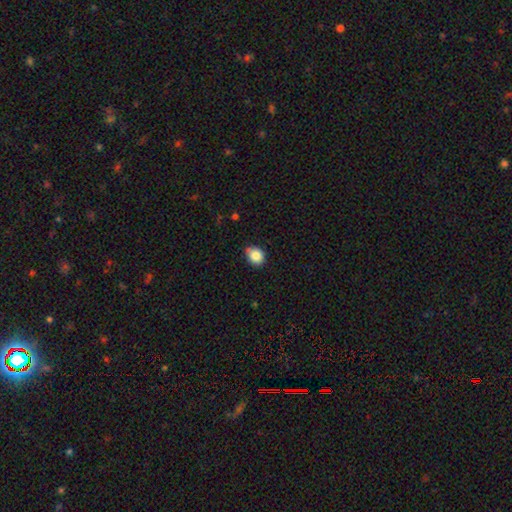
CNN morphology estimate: Smooth or featured: smooth — 85% (star or artifact — 10%)
How rounded: round — 62% (in between — 37%)
Merging: none — 71% (minor disturbance — 23%)